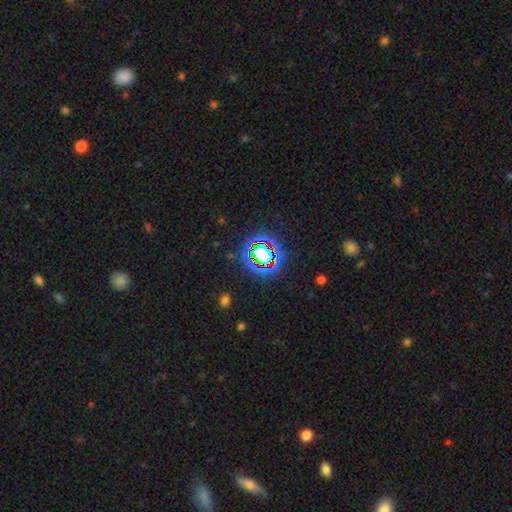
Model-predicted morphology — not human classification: Smooth or featured? Predicted: star or artifact (p=0.75).